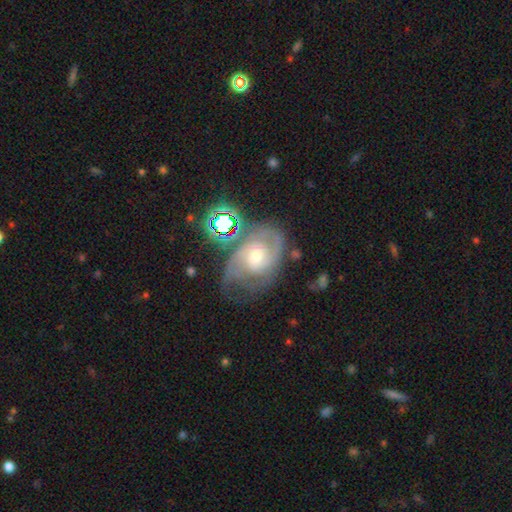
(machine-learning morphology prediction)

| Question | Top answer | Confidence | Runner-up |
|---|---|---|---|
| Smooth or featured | featured or disk | 80% | smooth (11%) |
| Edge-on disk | no | 97% | yes (3%) |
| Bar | no | 64% | weak (30%) |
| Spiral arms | yes | 94% | no (6%) |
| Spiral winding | medium | 45% | tight (41%) |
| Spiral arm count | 2 | 53% | can't tell (22%) |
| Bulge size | small | 48% | moderate (45%) |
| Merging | none | 51% | minor disturbance (24%) |